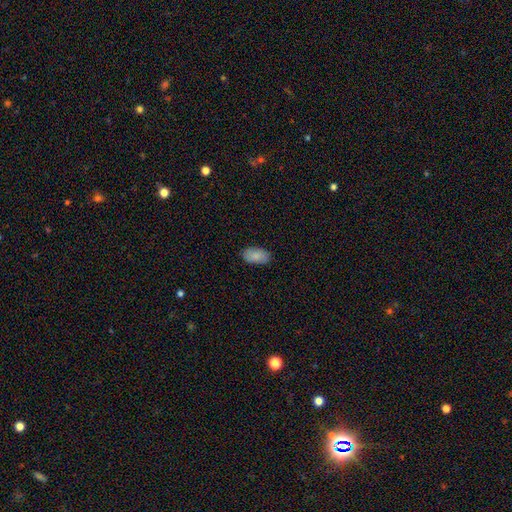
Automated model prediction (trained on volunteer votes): This is clearly a smooth galaxy (87%). How rounded: clearly in between (94%). Merging: clearly none (87%).